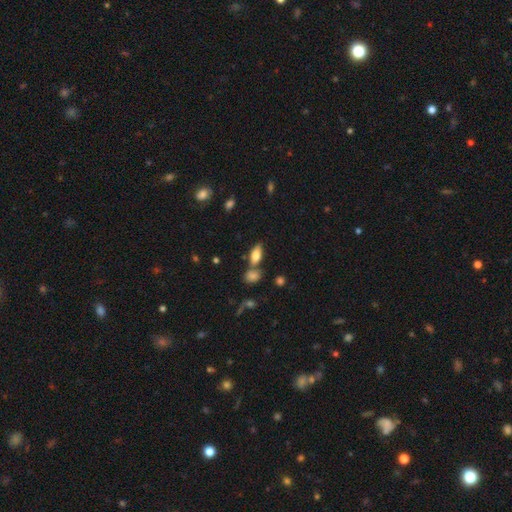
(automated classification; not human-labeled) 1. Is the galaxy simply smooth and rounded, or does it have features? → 77% smooth, 15% featured or disk, 8% star or artifact.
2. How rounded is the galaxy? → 85% in between, 11% cigar-shaped, 4% round.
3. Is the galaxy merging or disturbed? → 62% none, 20% merger, 14% minor disturbance, 4% major disturbance.